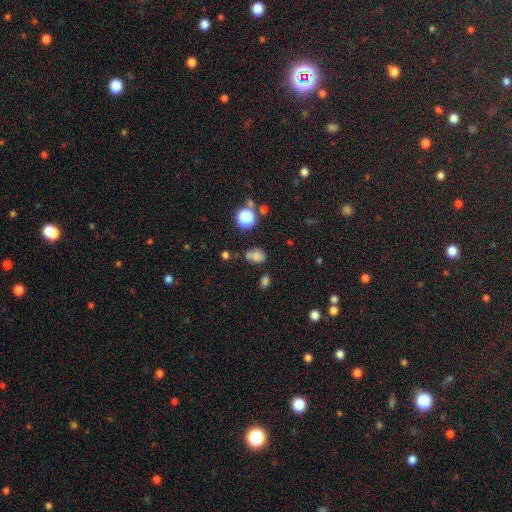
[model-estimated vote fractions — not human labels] Smooth or featured?
  - smooth: 72% *
  - star or artifact: 20%
  - featured or disk: 8%
How rounded?
  - in between: 69% *
  - round: 29%
  - cigar-shaped: 2%
Merging?
  - none: 51% *
  - minor disturbance: 27%
  - merger: 13%
  - major disturbance: 9%